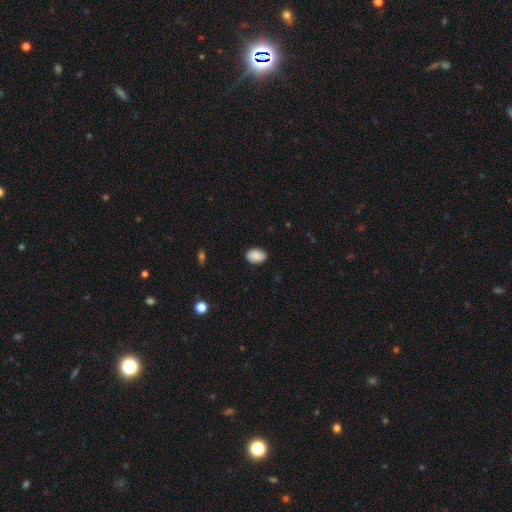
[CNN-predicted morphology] The model was most divided on "how rounded": in between: 84%, round: 15%, cigar-shaped: 1%. More confident: smooth or featured — smooth (86%); merging — none (85%).